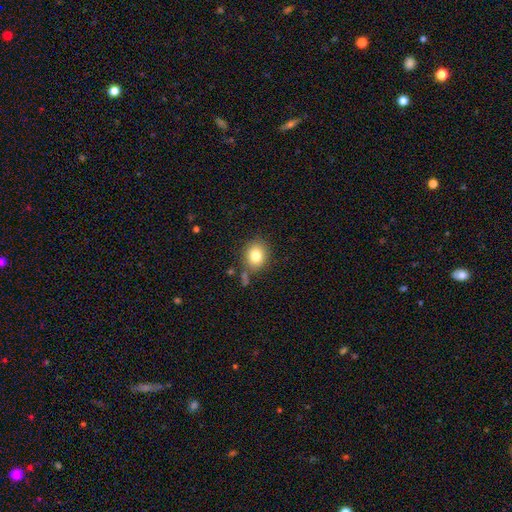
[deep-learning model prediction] A smooth galaxy with no disk features (81%) that is round (66%). Merging: none (77%).